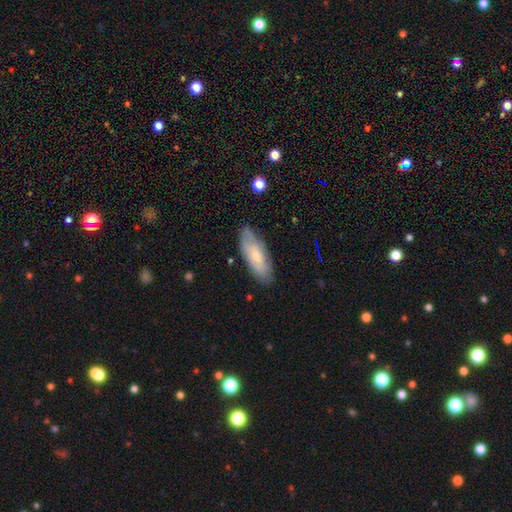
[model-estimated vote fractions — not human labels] This appears to be a smooth galaxy with no disk features (58%) that is in between round and cigar-shaped (76%). Merging: none (76%).